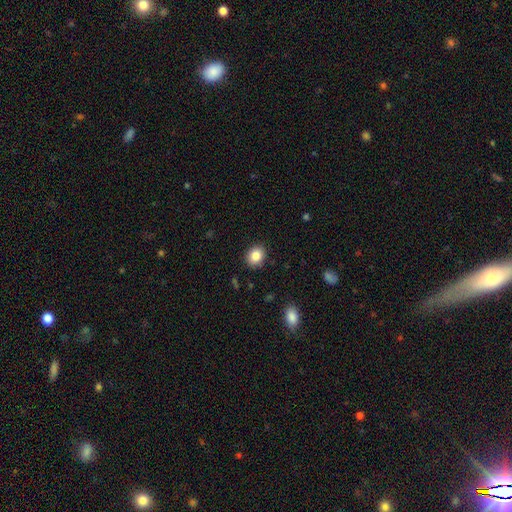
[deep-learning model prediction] smooth 85%, star or artifact 9%, featured or disk 6%. Down the decision tree: how rounded — round (60%); merging — none (89%).